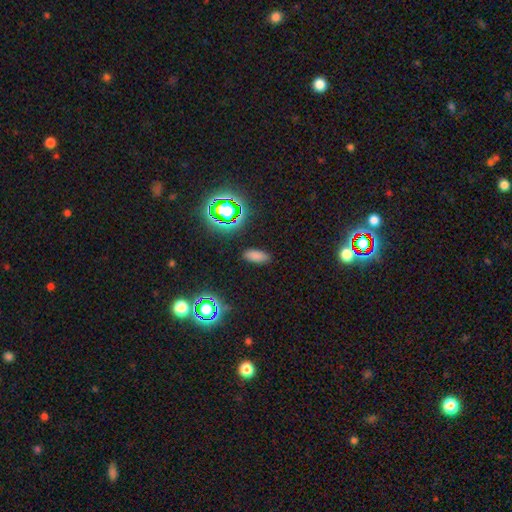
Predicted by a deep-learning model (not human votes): Q: Smooth or featured?
A: smooth (74%); runner-up: star or artifact (20%)
Q: How rounded?
A: in between (82%); runner-up: cigar-shaped (15%)
Q: Merging?
A: none (88%); runner-up: minor disturbance (8%)